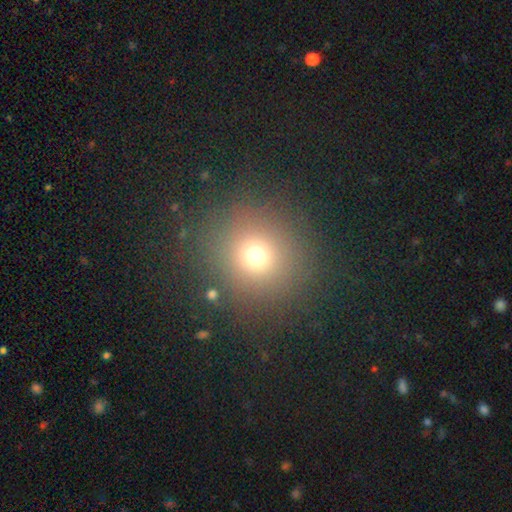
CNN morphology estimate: smooth_or_featured: smooth (p=0.70) [alt: star or artifact p=0.21]
how_rounded: round (p=0.91) [alt: in between p=0.08]
merging: none (p=0.87) [alt: minor disturbance p=0.07]